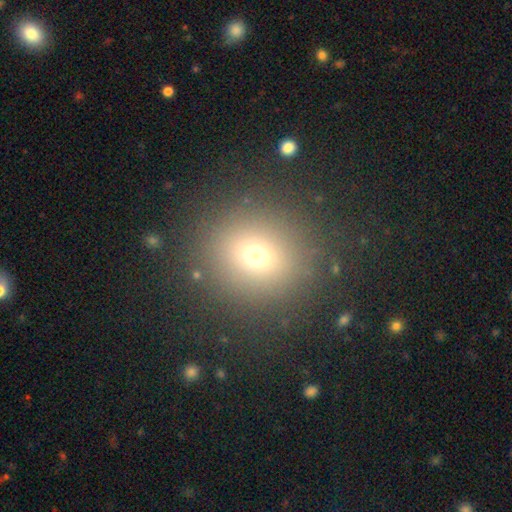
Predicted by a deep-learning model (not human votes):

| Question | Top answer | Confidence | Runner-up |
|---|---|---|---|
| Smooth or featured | smooth | 68% | star or artifact (21%) |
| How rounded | round | 86% | in between (13%) |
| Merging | none | 88% | minor disturbance (7%) |